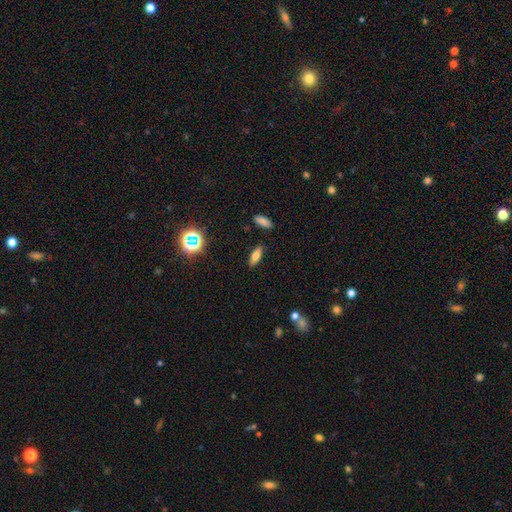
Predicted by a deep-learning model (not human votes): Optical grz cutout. It shows a smooth galaxy with no disk features (65%) that is in between round and cigar-shaped (55%). Merging: none (87%).